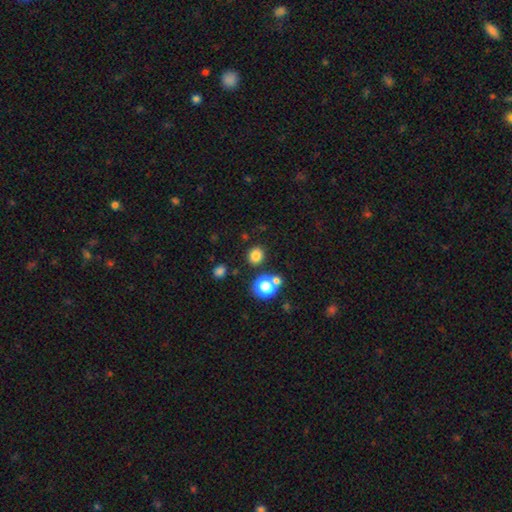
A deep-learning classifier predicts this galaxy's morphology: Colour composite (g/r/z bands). It shows a smooth galaxy with no disk features (80%) that is round (82%). Merging: none (82%).